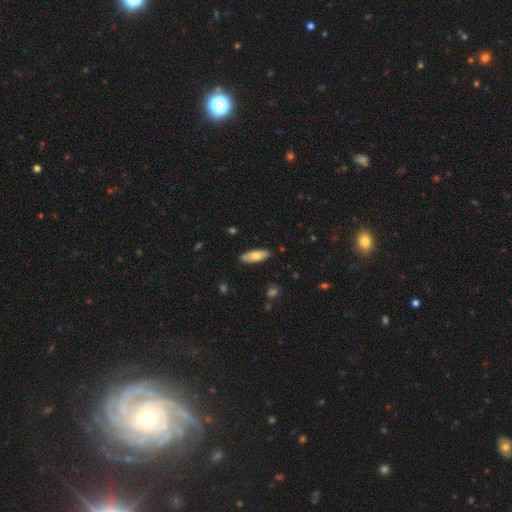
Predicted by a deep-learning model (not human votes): Q: Smooth or featured?
A: smooth (74%); runner-up: featured or disk (20%)
Q: How rounded?
A: in between (56%); runner-up: cigar-shaped (42%)
Q: Merging?
A: none (87%); runner-up: minor disturbance (10%)